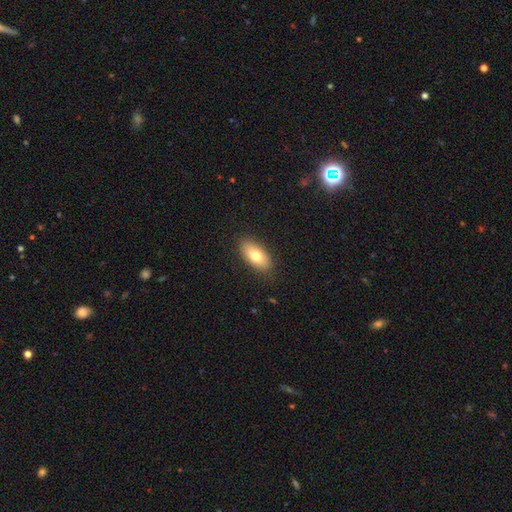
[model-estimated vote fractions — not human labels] smooth_or_featured: smooth (p=0.77) [alt: featured or disk p=0.16]
how_rounded: in between (p=0.90) [alt: cigar-shaped p=0.07]
merging: none (p=0.87) [alt: minor disturbance p=0.10]